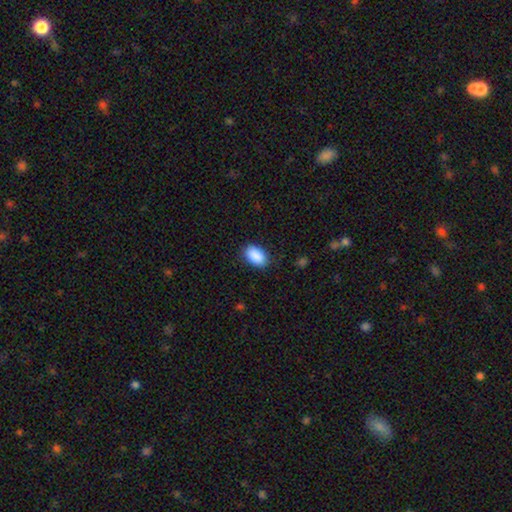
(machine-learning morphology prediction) Overall: smooth (91%). How rounded: in between (92%). Merging: none (87%).